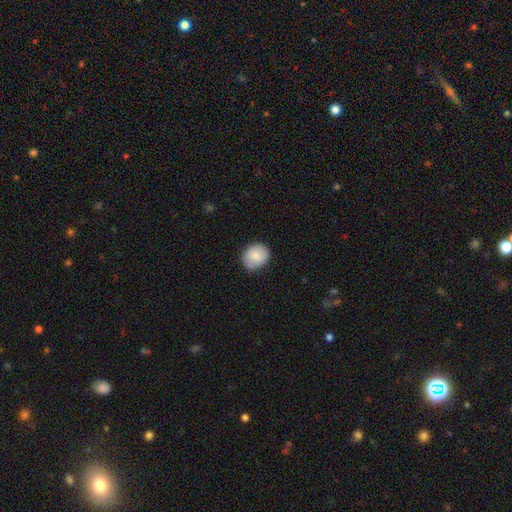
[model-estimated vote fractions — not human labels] Smooth or featured?
  - smooth: 84% *
  - featured or disk: 9%
  - star or artifact: 7%
How rounded?
  - round: 72% *
  - in between: 27%
  - cigar-shaped: 1%
Merging?
  - none: 78% *
  - minor disturbance: 18%
  - major disturbance: 3%
  - merger: 1%